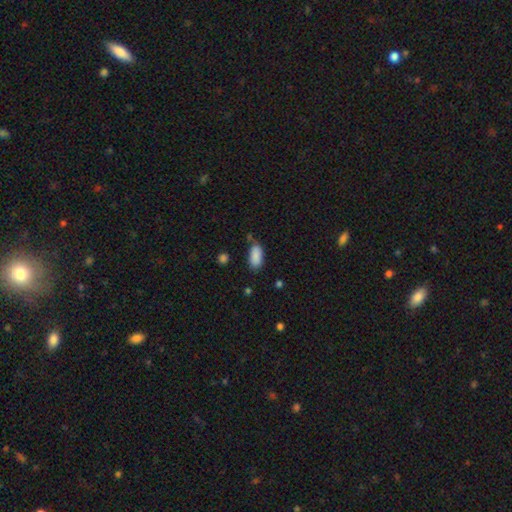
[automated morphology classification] Smooth or featured: smooth — 88% (star or artifact — 7%)
How rounded: in between — 92% (cigar-shaped — 6%)
Merging: none — 70% (minor disturbance — 20%)